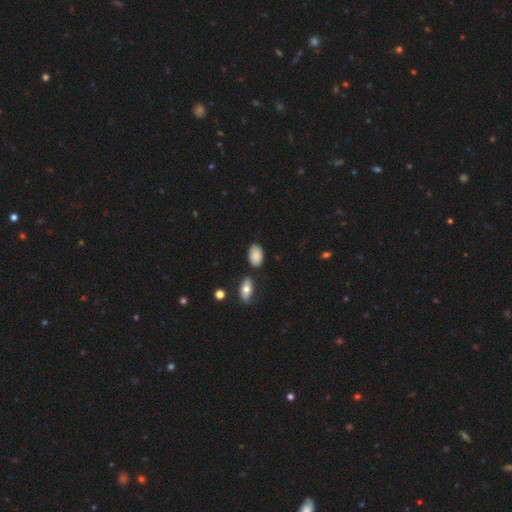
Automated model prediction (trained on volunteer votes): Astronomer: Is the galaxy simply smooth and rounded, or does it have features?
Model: smooth — 86%.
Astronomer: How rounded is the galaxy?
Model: in between — 92%.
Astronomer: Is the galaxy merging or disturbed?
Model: none — 77%.